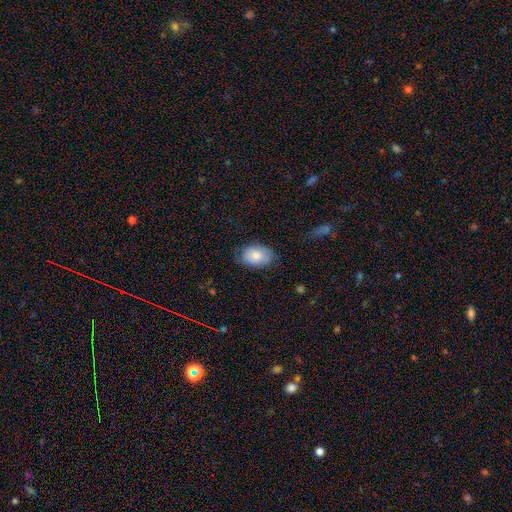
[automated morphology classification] A smooth galaxy with no disk features (81%) that is in between round and cigar-shaped (87%).

Vote fractions:
- Smooth or featured? smooth: 81% / featured or disk: 13% / star or artifact: 6%
- How rounded? in between: 87% / round: 12% / cigar-shaped: 1%
- Merging? none: 70% / minor disturbance: 23% / major disturbance: 6% / merger: 1%